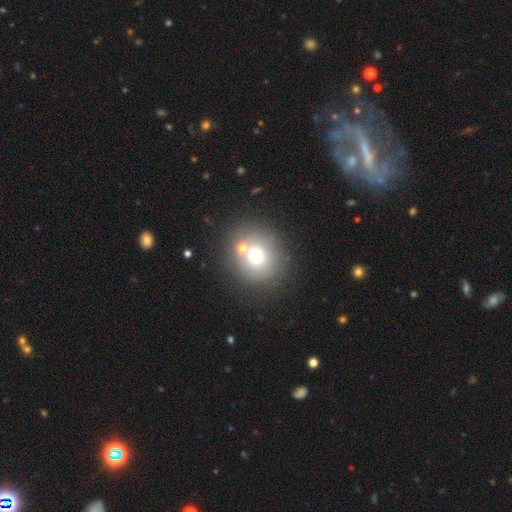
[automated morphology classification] Smooth or featured: smooth — 69% (featured or disk — 17%)
How rounded: round — 83% (in between — 16%)
Merging: none — 66% (merger — 19%)